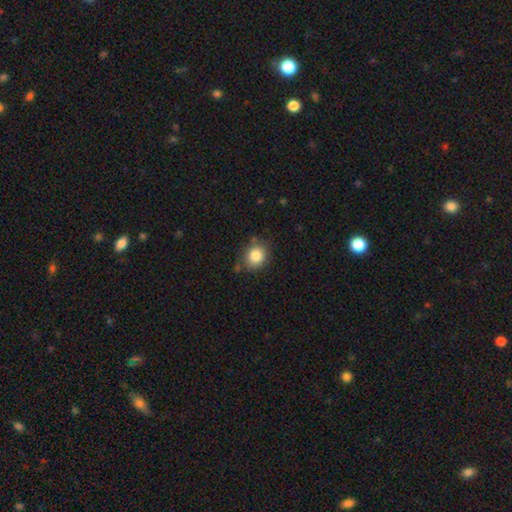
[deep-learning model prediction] The model was most divided on "how rounded": round: 66%, in between: 33%, cigar-shaped: 1%. More confident: smooth or featured — smooth (84%); merging — none (76%).